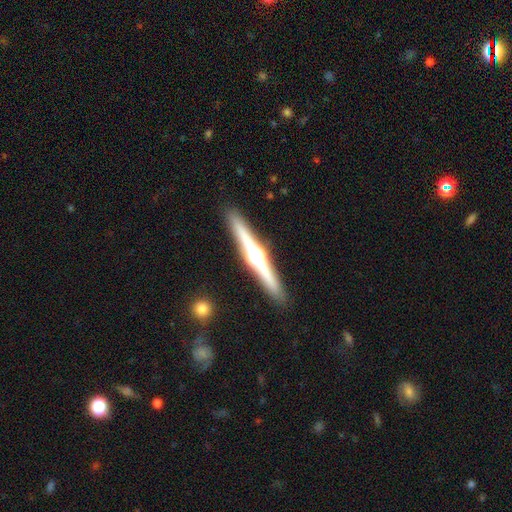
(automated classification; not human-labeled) smooth-or-featured: featured or disk: 76% | smooth: 18% | star or artifact: 7%
  disk-edge-on: yes: 98% | no: 2%
    edge-on-bulge: rounded: 91% | boxy: 6% | none: 3%
  merging: none: 90% | minor disturbance: 7% | major disturbance: 2% | merger: 1%